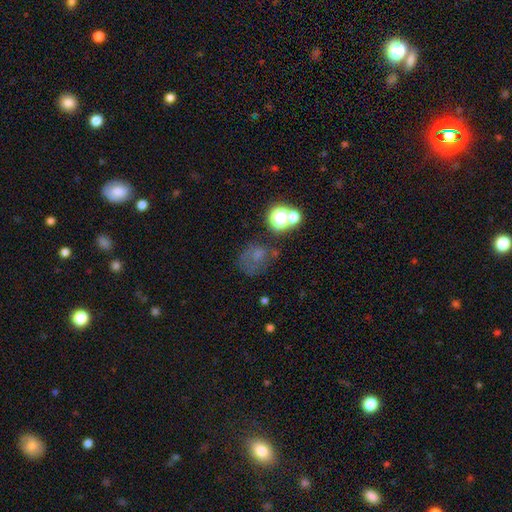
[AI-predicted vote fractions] This is possibly a smooth galaxy (52%). How rounded: likely round (64%). Merging: marginally none (40%).